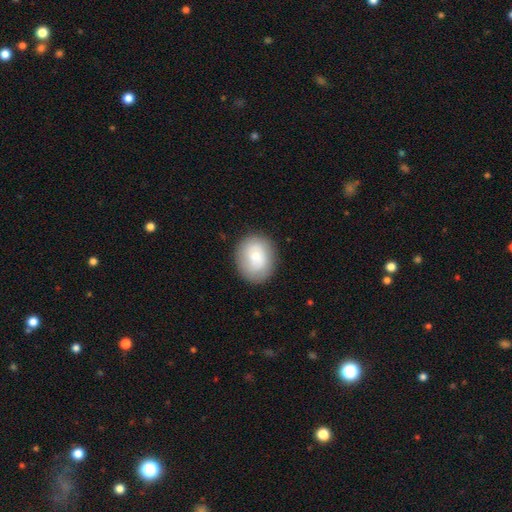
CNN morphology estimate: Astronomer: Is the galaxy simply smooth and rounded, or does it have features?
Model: smooth — 69%.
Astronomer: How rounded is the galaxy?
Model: round — 61% (runner-up: in between, 38%).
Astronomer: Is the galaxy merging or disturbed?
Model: none — 82%.